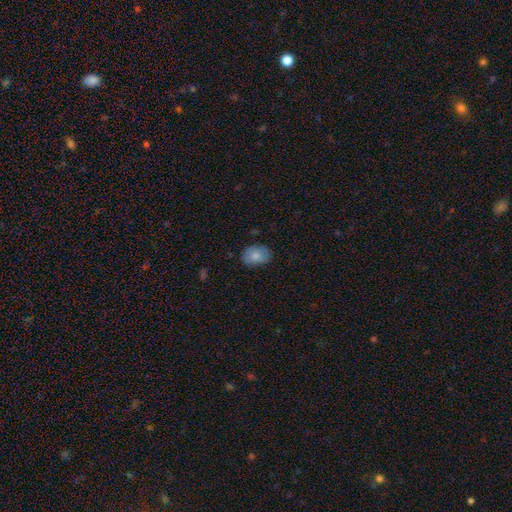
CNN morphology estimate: Smooth or featured? smooth (79%)
How rounded? in between (70%)
Merging? none (76%)